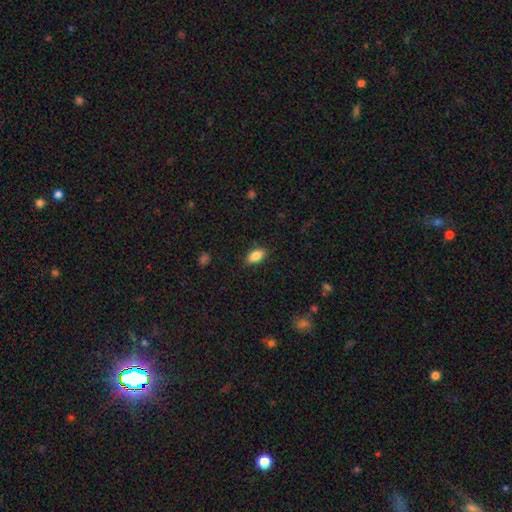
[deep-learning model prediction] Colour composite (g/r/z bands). It shows a smooth galaxy with no disk features (85%) that is in between round and cigar-shaped (90%). Merging: none (86%).